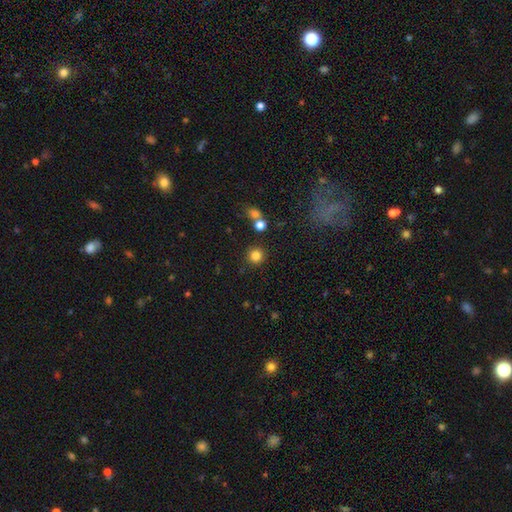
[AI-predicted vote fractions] Overall: smooth (82%). How rounded: round (94%). Merging: none (87%).